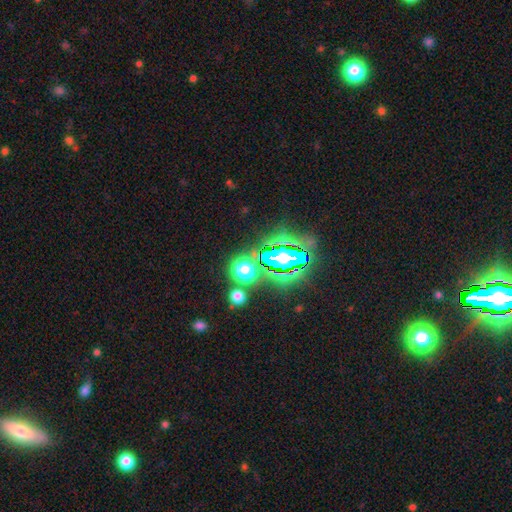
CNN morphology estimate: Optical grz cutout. It shows a star or artifact, not a galaxy (68%).